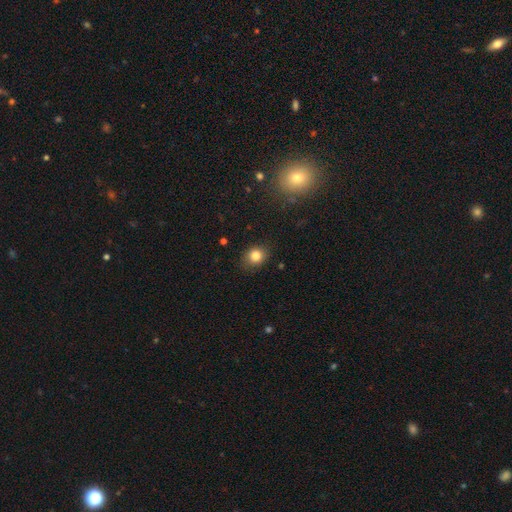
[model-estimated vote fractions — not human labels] The model was most divided on "how rounded": round: 63%, in between: 36%, cigar-shaped: 1%. More confident: merging — none (83%); smooth or featured — smooth (82%).